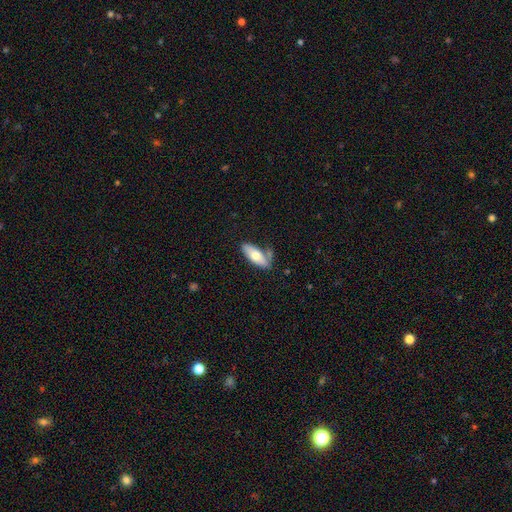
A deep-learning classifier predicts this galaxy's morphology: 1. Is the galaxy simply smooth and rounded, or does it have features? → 67% smooth, 28% featured or disk, 6% star or artifact.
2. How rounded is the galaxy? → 77% in between, 21% cigar-shaped, 2% round.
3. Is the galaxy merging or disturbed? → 62% none, 20% minor disturbance, 11% merger, 6% major disturbance.